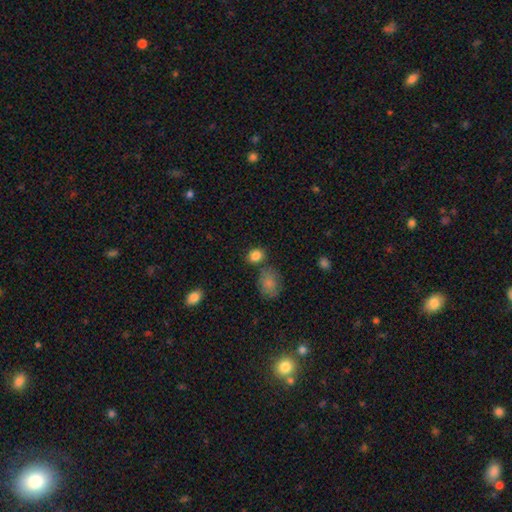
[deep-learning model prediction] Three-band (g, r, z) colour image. It shows a smooth galaxy with no disk features (86%) that is round (52%). Merging: none (67%).